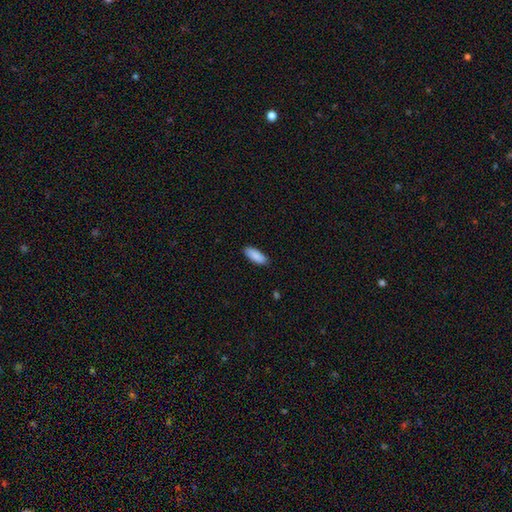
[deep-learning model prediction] Smooth or featured? Predicted: smooth (p=0.90). How rounded? Predicted: in between (p=0.78). Merging? Predicted: none (p=0.88).